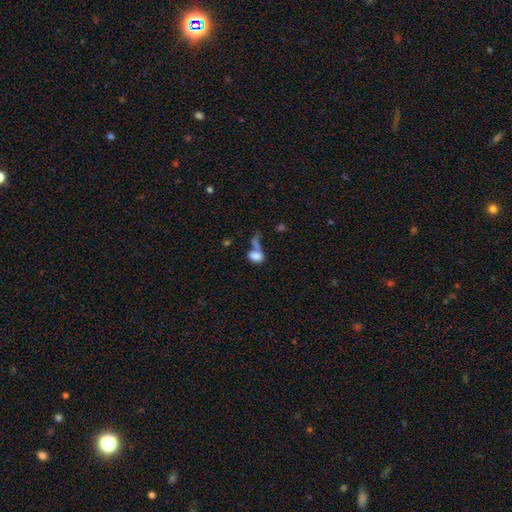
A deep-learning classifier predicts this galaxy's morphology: smooth 79%, featured or disk 11%, star or artifact 10%. Down the decision tree: how rounded — in between (82%); merging — merger (46%).